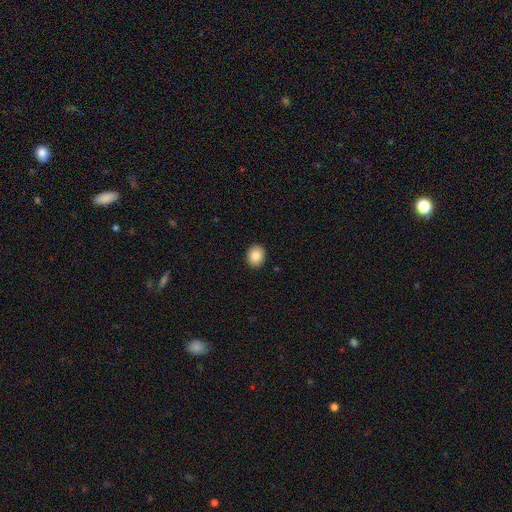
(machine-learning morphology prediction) Smooth or featured? Predicted: smooth (p=0.87). How rounded? Predicted: round (p=0.59). Merging? Predicted: none (p=0.91).